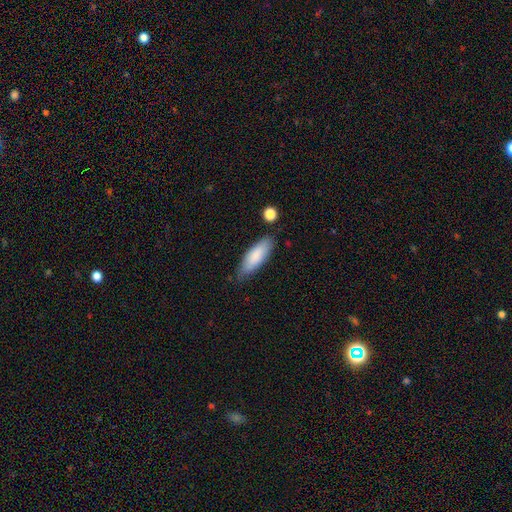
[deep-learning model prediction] smooth 84%, featured or disk 11%, star or artifact 6%. Down the decision tree: how rounded — in between (56%); merging — none (77%).